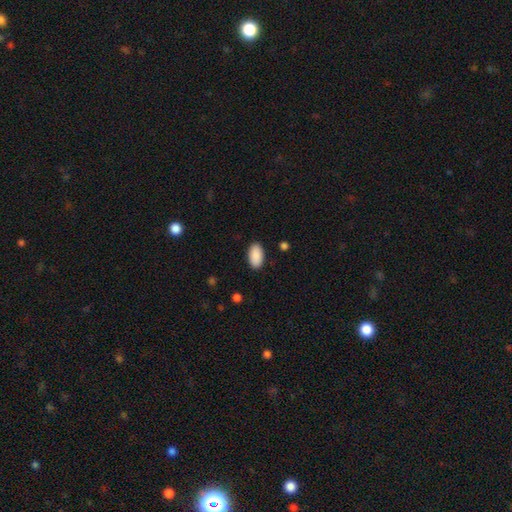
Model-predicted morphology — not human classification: smooth_or_featured: smooth (p=0.91) [alt: star or artifact p=0.06]
how_rounded: in between (p=0.95) [alt: round p=0.02]
merging: none (p=0.89) [alt: minor disturbance p=0.08]